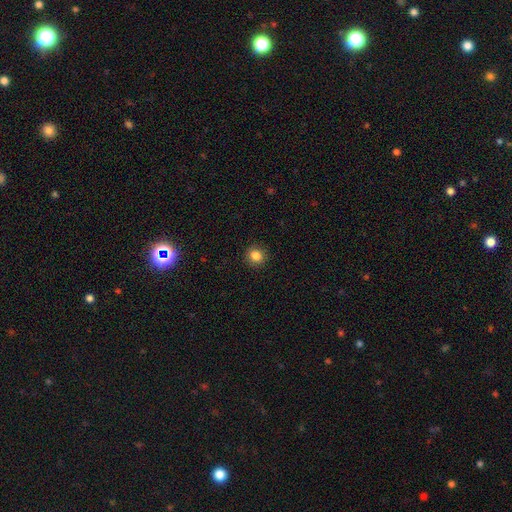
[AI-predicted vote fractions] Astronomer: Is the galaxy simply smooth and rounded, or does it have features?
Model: smooth — 84%.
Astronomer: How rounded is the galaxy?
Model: round — 87%.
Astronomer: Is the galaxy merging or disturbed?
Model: none — 91%.